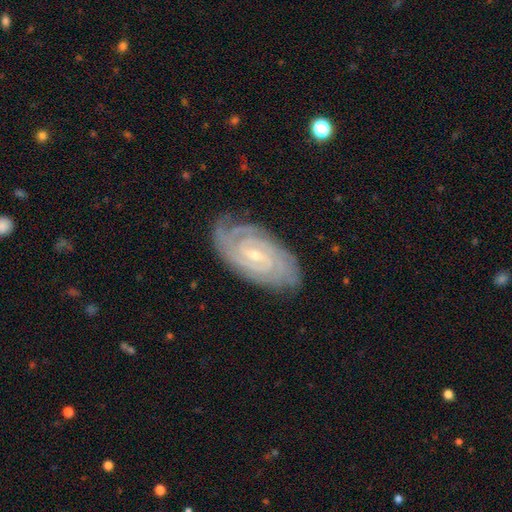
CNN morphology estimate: smooth_or_featured: featured or disk (p=0.90) [alt: star or artifact p=0.05]
disk_edge_on: no (p=0.96) [alt: yes p=0.04]
bar: weak (p=0.48) [alt: no p=0.32]
has_spiral_arms: yes (p=0.98) [alt: no p=0.02]
spiral_winding: tight (p=0.81) [alt: medium p=0.17]
spiral_arm_count: 2 (p=0.33) [alt: 3 p=0.21]
bulge_size: small (p=0.75) [alt: moderate p=0.22]
merging: none (p=0.81) [alt: minor disturbance p=0.15]